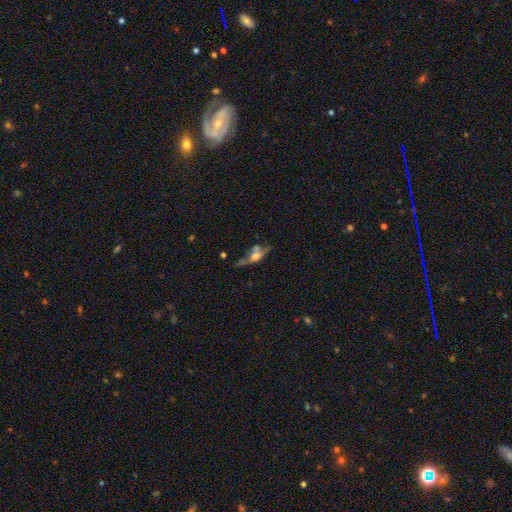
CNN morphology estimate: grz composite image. It shows a featured or disk galaxy (57%) viewed edge-on (65%). Merging: none (41%).